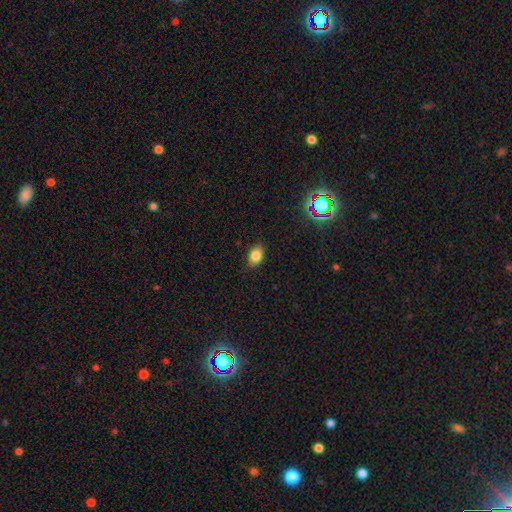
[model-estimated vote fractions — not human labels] Smooth or featured? Predicted: smooth (p=0.82). How rounded? Predicted: in between (p=0.79). Merging? Predicted: none (p=0.85).